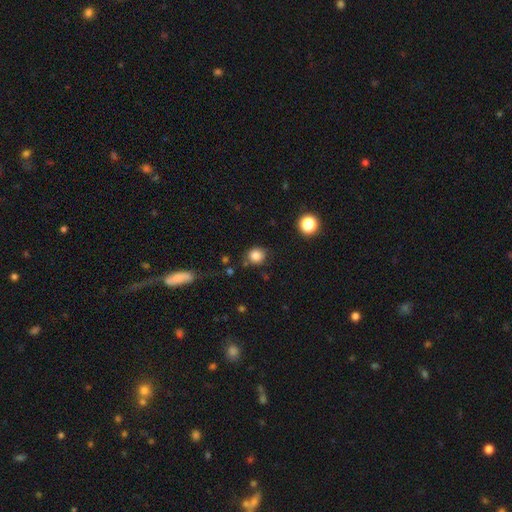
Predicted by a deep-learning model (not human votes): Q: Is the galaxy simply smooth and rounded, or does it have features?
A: smooth — 84%.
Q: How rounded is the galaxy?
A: round — 80%.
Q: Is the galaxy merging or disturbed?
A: none — 77%.